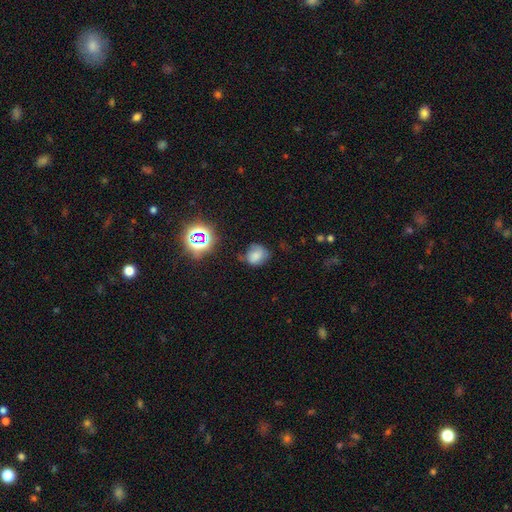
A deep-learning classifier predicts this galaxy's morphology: Q: Smooth or featured?
A: smooth (68%); runner-up: star or artifact (18%)
Q: How rounded?
A: round (60%); runner-up: in between (39%)
Q: Merging?
A: none (52%); runner-up: minor disturbance (32%)